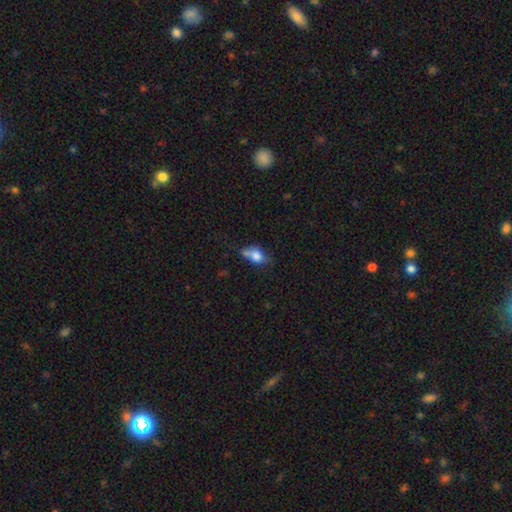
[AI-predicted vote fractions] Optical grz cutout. It shows a smooth galaxy with no disk features (72%) that is in between round and cigar-shaped (74%). Merging: none (39%).